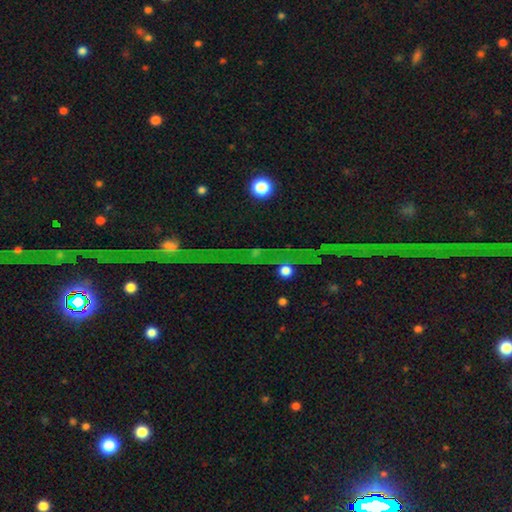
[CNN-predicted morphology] Smooth or featured? star or artifact (80%)